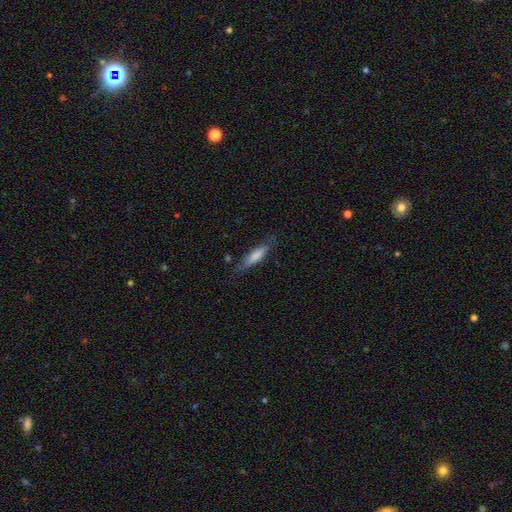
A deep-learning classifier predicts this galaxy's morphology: A smooth galaxy with no disk features (73%) that is cigar-shaped (74%). Merging: none (75%).